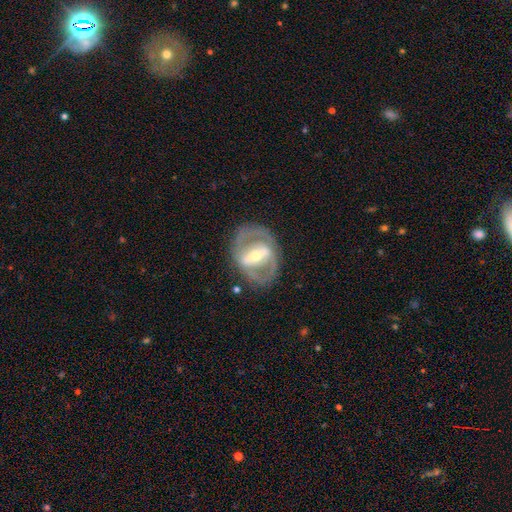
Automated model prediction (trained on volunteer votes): featured or disk 81%, smooth 13%, star or artifact 5%. Down the decision tree: edge-on disk — no (93%); bar — strong (69%); spiral arms — yes (60%); bulge size — moderate (54%); merging — none (76%).